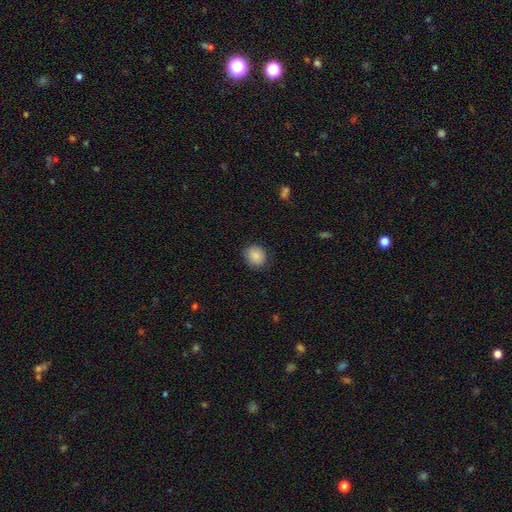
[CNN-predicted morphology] Smooth or featured?
  - smooth: 88% *
  - star or artifact: 8%
  - featured or disk: 4%
How rounded?
  - round: 73% *
  - in between: 26%
  - cigar-shaped: 1%
Merging?
  - none: 85% *
  - minor disturbance: 11%
  - major disturbance: 3%
  - merger: 1%